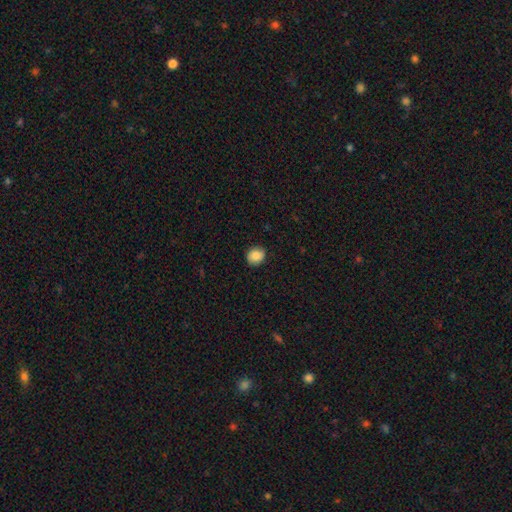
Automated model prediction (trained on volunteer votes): Q: Smooth or featured?
A: smooth (87%); runner-up: star or artifact (8%)
Q: How rounded?
A: round (76%); runner-up: in between (23%)
Q: Merging?
A: none (87%); runner-up: minor disturbance (10%)